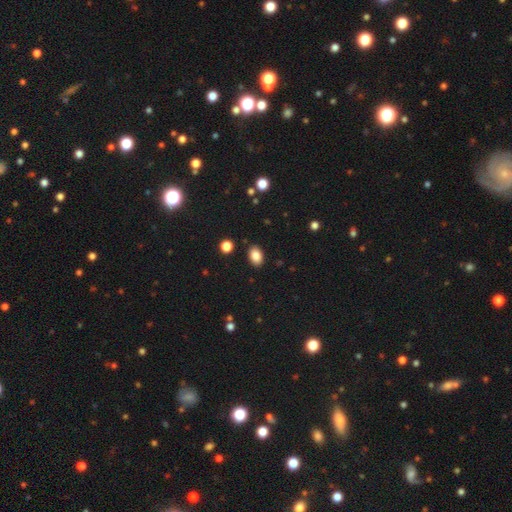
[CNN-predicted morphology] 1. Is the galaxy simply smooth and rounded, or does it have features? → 85% smooth, 9% star or artifact, 6% featured or disk.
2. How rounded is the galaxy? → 82% in between, 17% round, 1% cigar-shaped.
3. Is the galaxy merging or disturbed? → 88% none, 8% minor disturbance, 2% major disturbance, 2% merger.